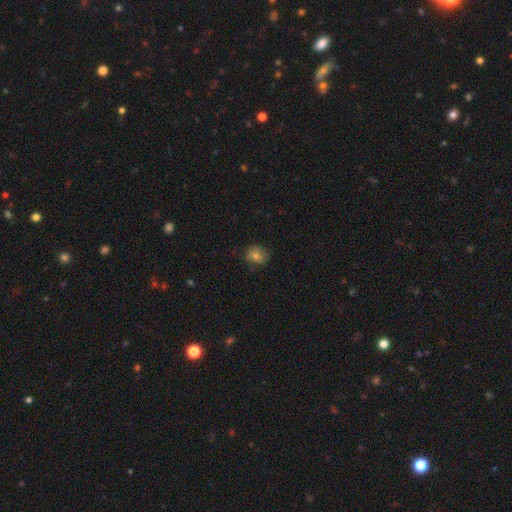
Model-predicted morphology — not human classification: Smooth or featured?
  - smooth: 72% *
  - featured or disk: 15%
  - star or artifact: 13%
How rounded?
  - round: 69% *
  - in between: 30%
  - cigar-shaped: 1%
Merging?
  - none: 72% *
  - minor disturbance: 21%
  - major disturbance: 6%
  - merger: 1%